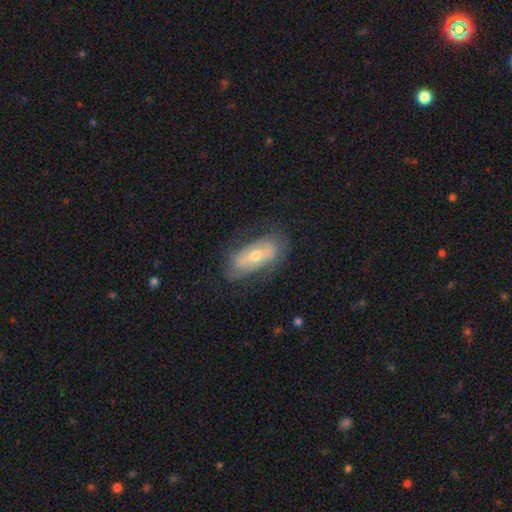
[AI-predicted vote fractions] Morphology: type=featured or disk (58%); edge-on=no (83%); merging=none (70%).